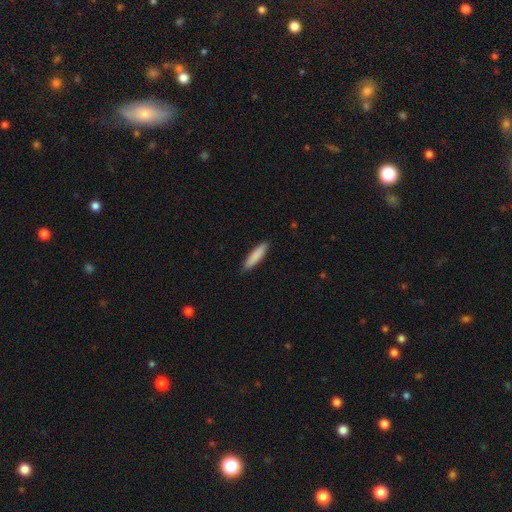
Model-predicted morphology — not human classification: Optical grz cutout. It shows a smooth galaxy with no disk features (87%) that is cigar-shaped (75%). Merging: none (89%).